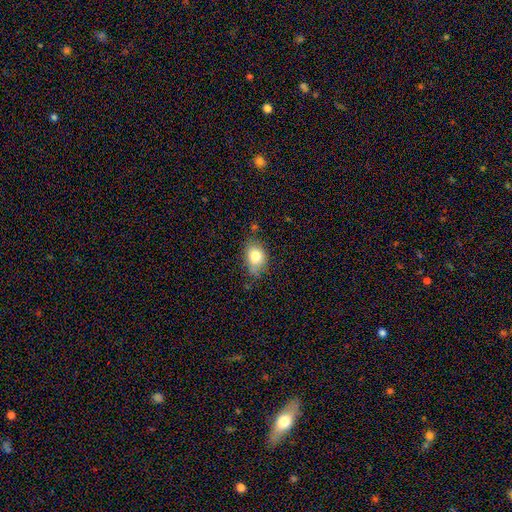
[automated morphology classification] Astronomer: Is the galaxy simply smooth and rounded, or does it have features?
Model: smooth — 79%.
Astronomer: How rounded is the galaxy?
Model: in between — 73%.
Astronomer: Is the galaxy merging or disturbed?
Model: none — 60%.